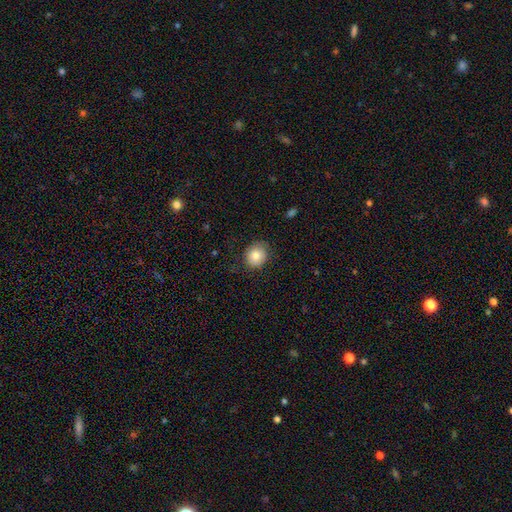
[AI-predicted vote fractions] Smooth or featured: smooth — 84% (star or artifact — 9%)
How rounded: round — 74% (in between — 25%)
Merging: none — 79% (minor disturbance — 16%)